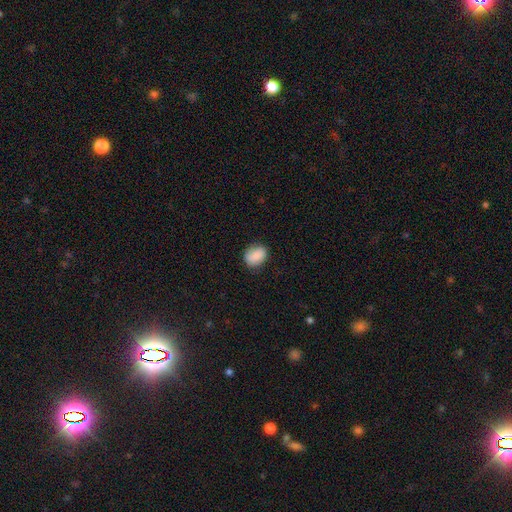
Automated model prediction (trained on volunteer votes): smooth-or-featured: smooth: 87% | star or artifact: 7% | featured or disk: 6%
  how-rounded: in between: 64% | round: 35% | cigar-shaped: 1%
  merging: none: 78% | minor disturbance: 18% | major disturbance: 4% | merger: 1%